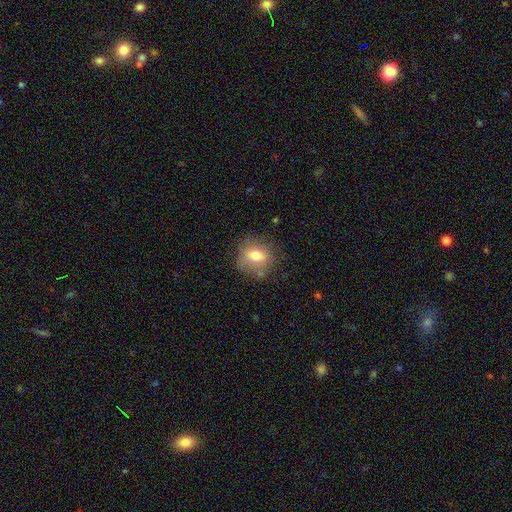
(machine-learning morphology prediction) This is likely a smooth galaxy (73%). How rounded: likely round (68%). Merging: likely none (70%).